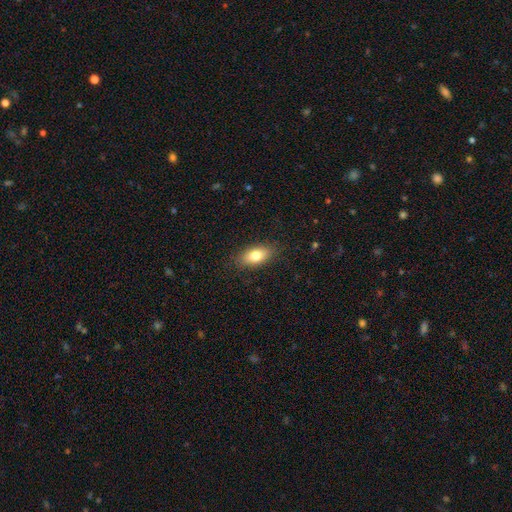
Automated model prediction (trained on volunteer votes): This appears to be a smooth galaxy with no disk features (78%) that is in between round and cigar-shaped (86%). Merging: none (86%).